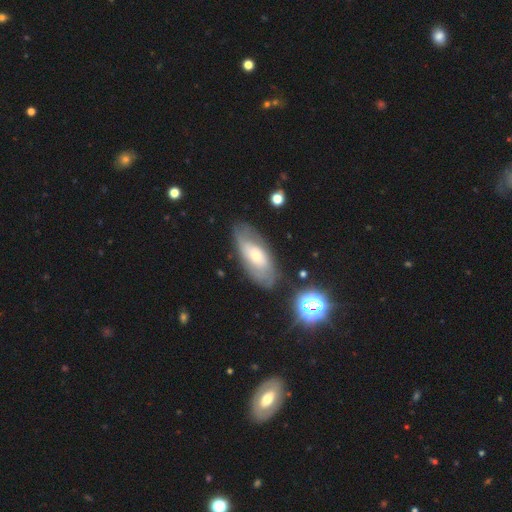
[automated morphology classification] This is possibly a featured or disk galaxy (54%). It is clearly not viewed edge-on (86%). Merging: likely none (70%).